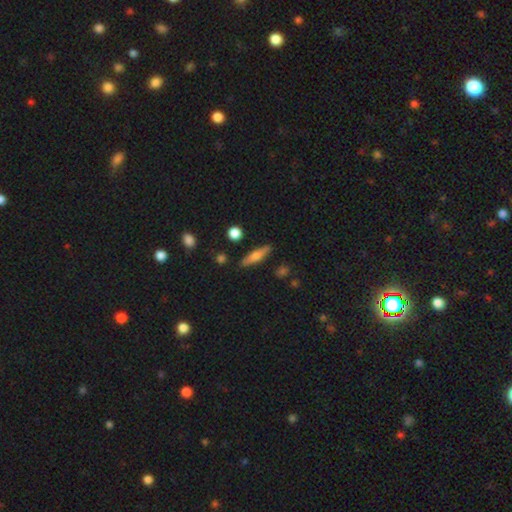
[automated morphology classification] This appears to be a smooth galaxy with no disk features (58%) that is cigar-shaped (75%). Merging: none (86%).